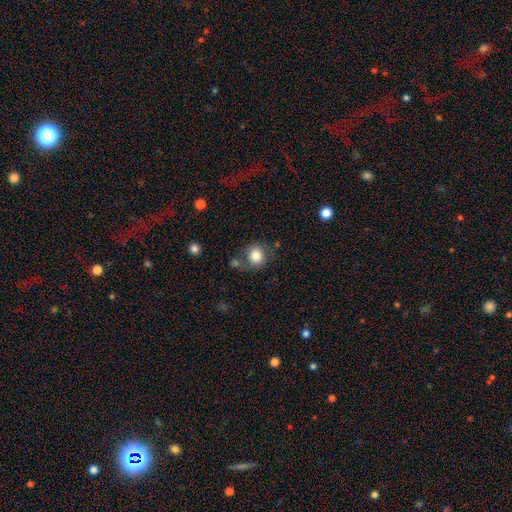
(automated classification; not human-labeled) smooth-or-featured: smooth: 83% | star or artifact: 10% | featured or disk: 7%
  how-rounded: round: 88% | in between: 11% | cigar-shaped: 1%
  merging: none: 73% | minor disturbance: 14% | merger: 9% | major disturbance: 5%